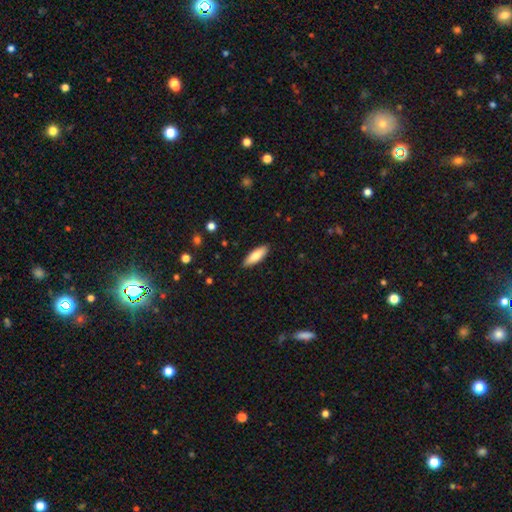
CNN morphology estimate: smooth 81%, featured or disk 13%, star or artifact 6%. Down the decision tree: how rounded — in between (58%); merging — none (89%).